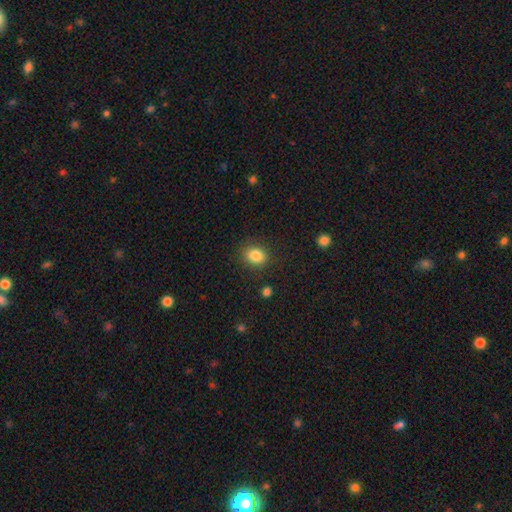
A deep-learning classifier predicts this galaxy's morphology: Overall: smooth (85%). How rounded: in between (51%; round 49%). Merging: none (86%).